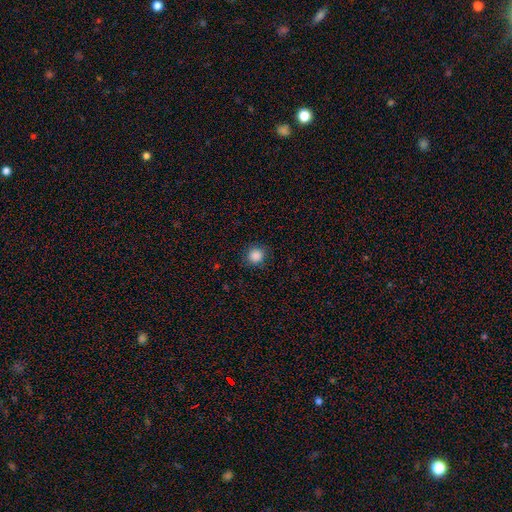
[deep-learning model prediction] A smooth galaxy with no disk features (87%) that is round (92%). Merging: none (88%).